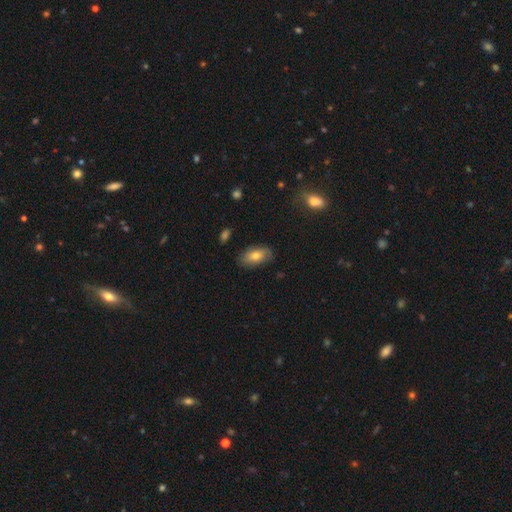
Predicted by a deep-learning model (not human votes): This is likely a smooth galaxy (67%). How rounded: clearly in between (91%). Merging: likely none (77%).